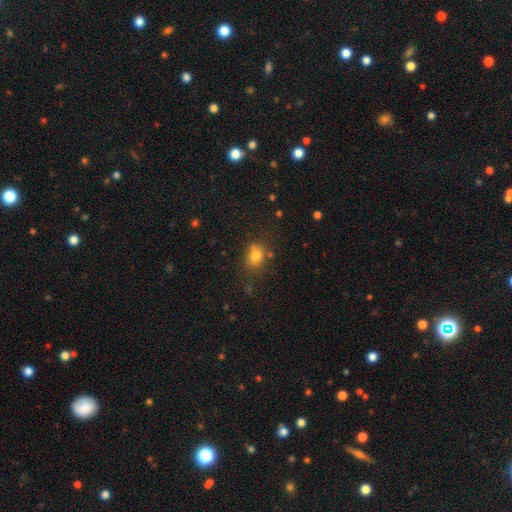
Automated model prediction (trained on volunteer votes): Morphology: type=smooth (78%); roundness=round (50%); merging=none (64%).